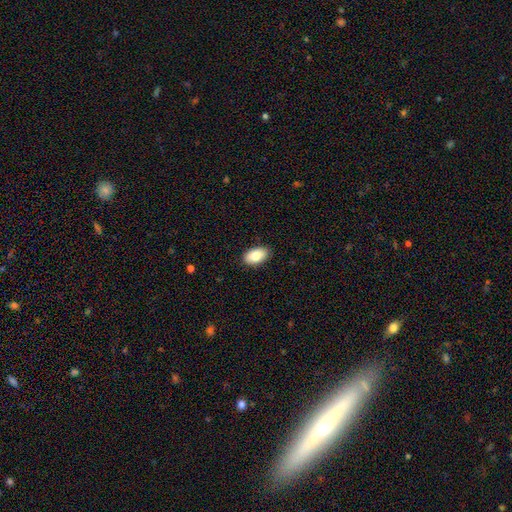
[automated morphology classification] type=smooth (84%); roundness=in between (93%); merging=none (88%).